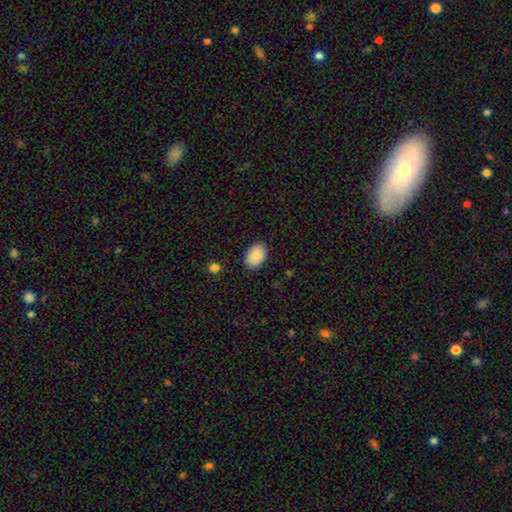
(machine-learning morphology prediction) Smooth or featured?
  - smooth: 89% *
  - star or artifact: 7%
  - featured or disk: 4%
How rounded?
  - in between: 85% *
  - round: 14%
  - cigar-shaped: 1%
Merging?
  - none: 88% *
  - minor disturbance: 9%
  - major disturbance: 2%
  - merger: 1%